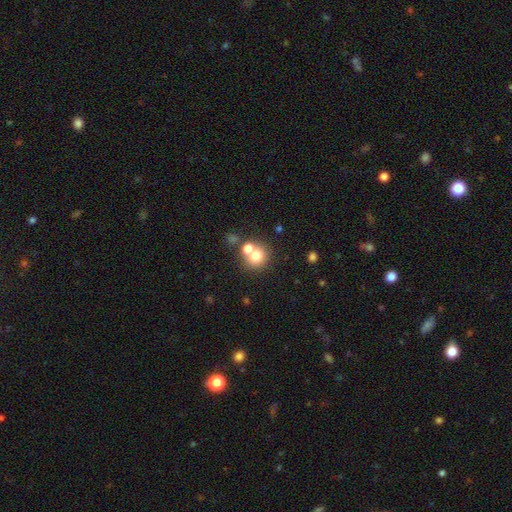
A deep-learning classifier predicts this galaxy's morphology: This is likely a smooth galaxy (72%). How rounded: clearly round (81%). Merging: possibly none (46%).